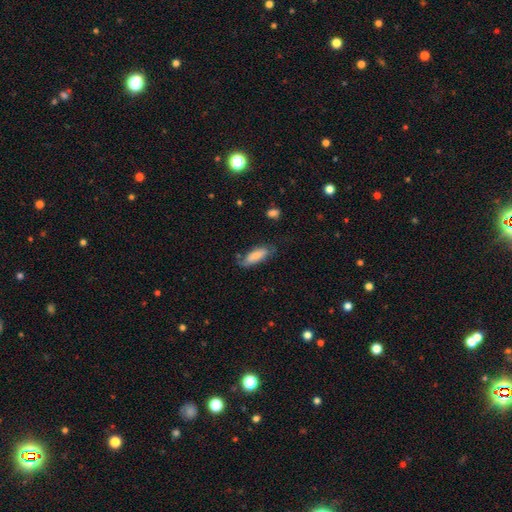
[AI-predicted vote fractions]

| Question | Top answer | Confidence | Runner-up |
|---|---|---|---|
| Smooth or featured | smooth | 75% | featured or disk (18%) |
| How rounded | in between | 62% | cigar-shaped (36%) |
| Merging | none | 61% | minor disturbance (27%) |